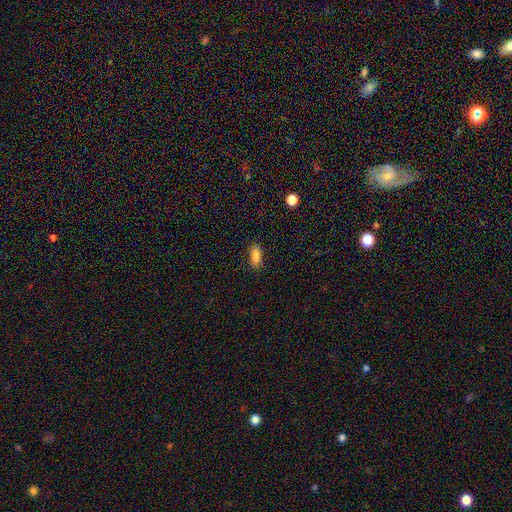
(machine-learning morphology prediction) Smooth or featured? Predicted: smooth (p=0.85). How rounded? Predicted: in between (p=0.81). Merging? Predicted: none (p=0.88).